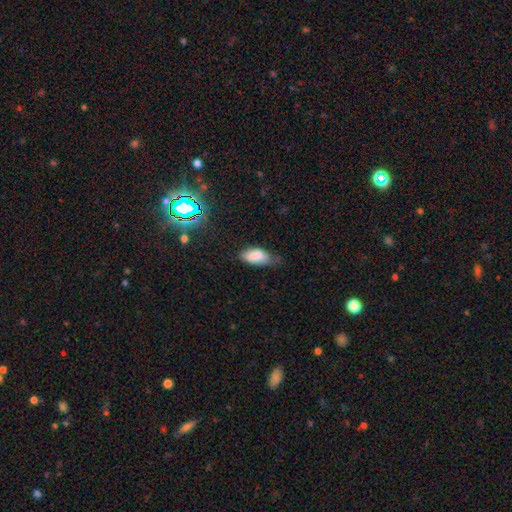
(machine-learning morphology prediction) Smooth or featured: smooth — 79% (featured or disk — 12%)
How rounded: in between — 89% (cigar-shaped — 8%)
Merging: minor disturbance — 45% (none — 35%)